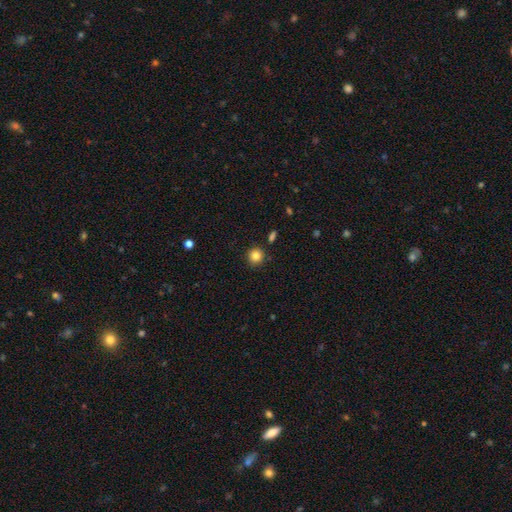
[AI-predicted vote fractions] Q: Smooth or featured?
A: smooth (84%); runner-up: star or artifact (11%)
Q: How rounded?
A: round (93%); runner-up: in between (6%)
Q: Merging?
A: none (88%); runner-up: minor disturbance (7%)